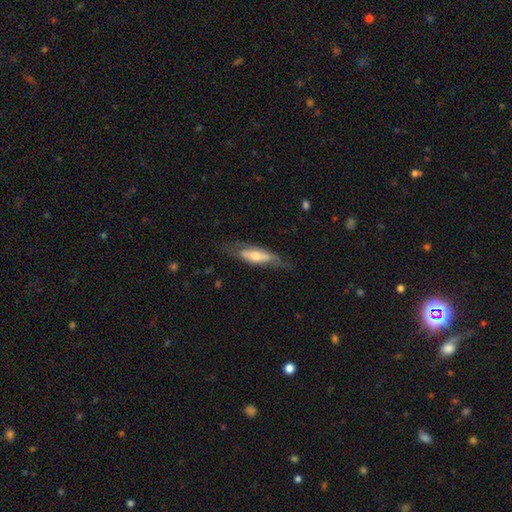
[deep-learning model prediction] Overall: featured or disk (50%; smooth 44%). Merging: none (65%).